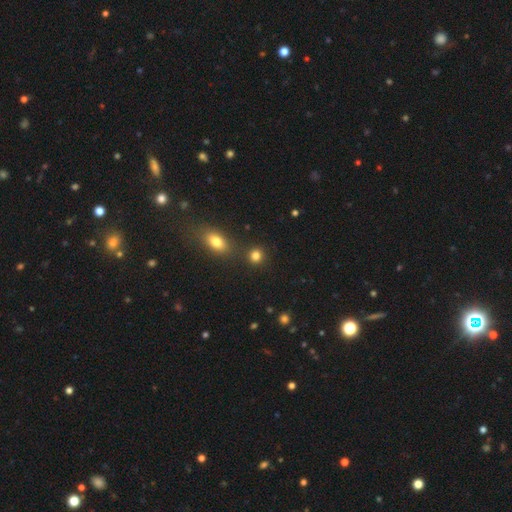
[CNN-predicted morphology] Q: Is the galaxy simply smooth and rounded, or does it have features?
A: smooth — 82%.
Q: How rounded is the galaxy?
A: round — 85%.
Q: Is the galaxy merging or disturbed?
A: none — 83%.